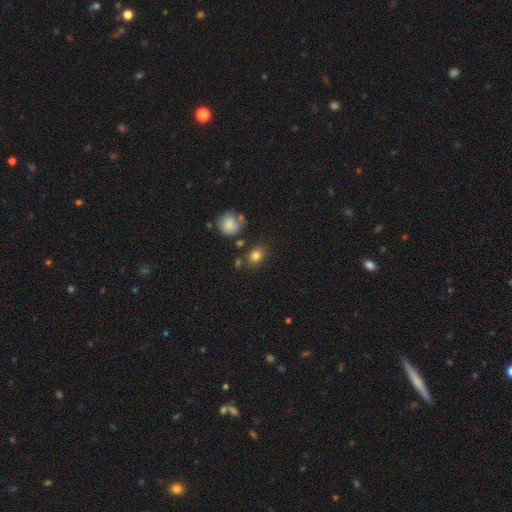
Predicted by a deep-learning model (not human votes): smooth-or-featured: smooth: 81% | star or artifact: 11% | featured or disk: 7%
  how-rounded: round: 54% | in between: 45% | cigar-shaped: 1%
  merging: none: 75% | minor disturbance: 14% | merger: 7% | major disturbance: 4%